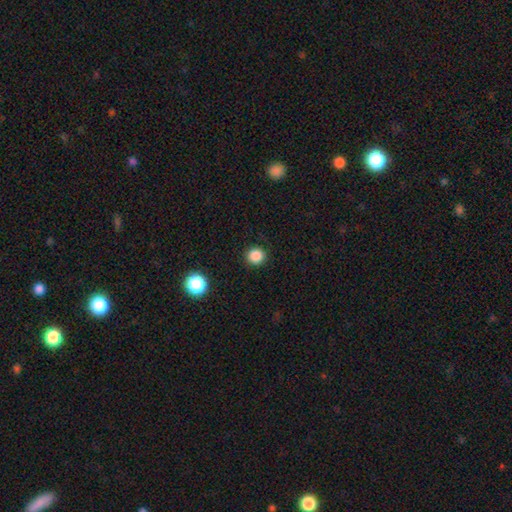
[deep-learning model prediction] This is clearly a smooth galaxy (85%). How rounded: clearly round (93%). Merging: clearly none (91%).